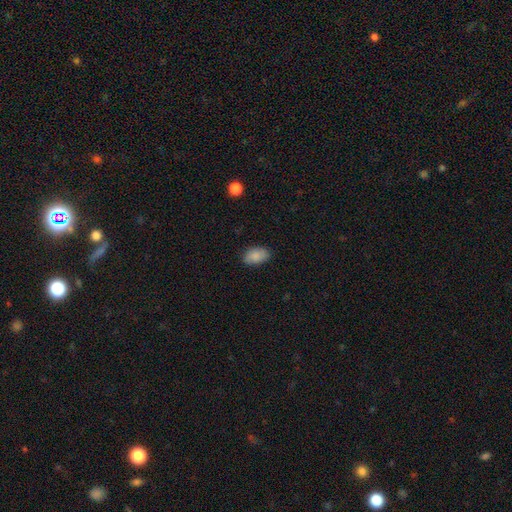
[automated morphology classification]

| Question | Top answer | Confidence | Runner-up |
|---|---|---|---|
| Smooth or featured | smooth | 85% | star or artifact (7%) |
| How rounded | in between | 90% | round (8%) |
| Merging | none | 82% | minor disturbance (14%) |